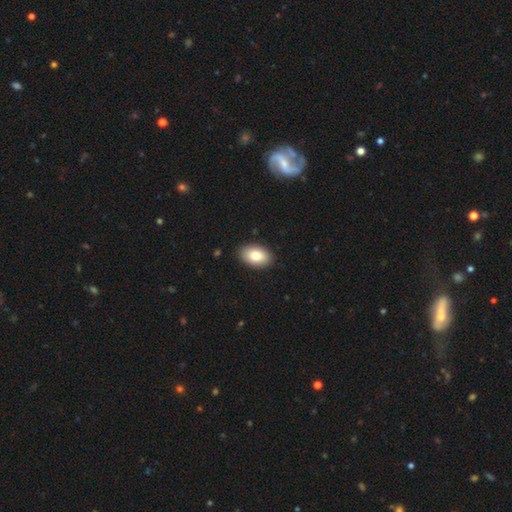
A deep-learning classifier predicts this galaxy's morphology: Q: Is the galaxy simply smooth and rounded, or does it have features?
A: smooth — 82%.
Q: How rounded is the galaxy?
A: in between — 91%.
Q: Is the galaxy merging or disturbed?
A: none — 89%.